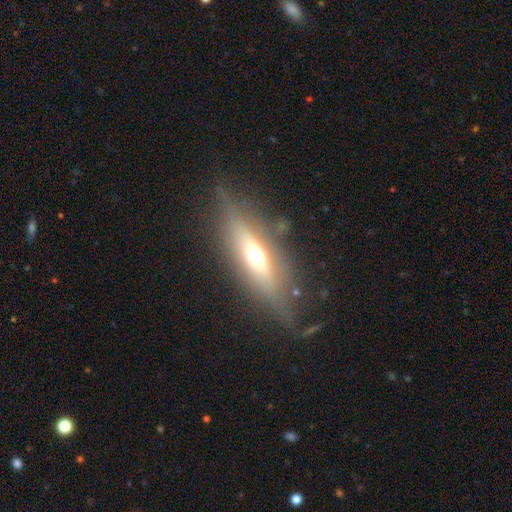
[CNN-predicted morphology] Q: Smooth or featured?
A: featured or disk (54%); runner-up: smooth (37%)
Q: Edge-on disk?
A: yes (80%); runner-up: no (20%)
Q: Merging?
A: none (73%); runner-up: minor disturbance (16%)